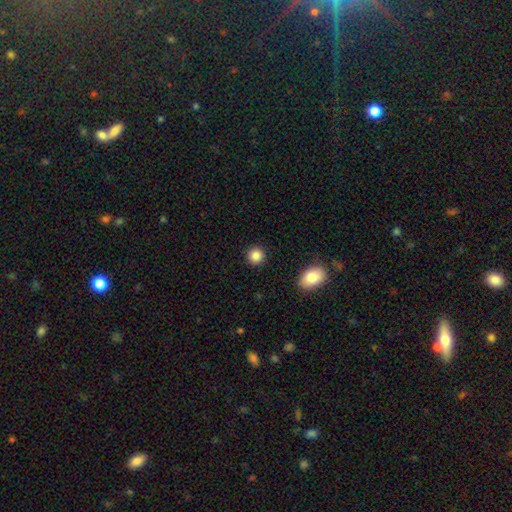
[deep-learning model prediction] The model was most divided on "smooth or featured": smooth: 86%, star or artifact: 10%, featured or disk: 4%. More confident: how rounded — round (91%); merging — none (91%).